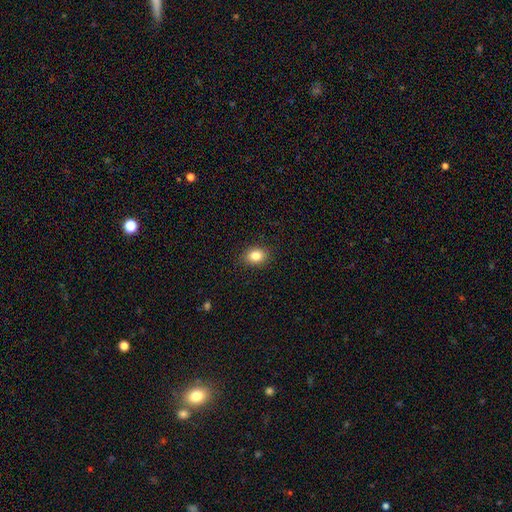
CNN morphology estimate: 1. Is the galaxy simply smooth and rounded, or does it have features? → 84% smooth, 10% star or artifact, 7% featured or disk.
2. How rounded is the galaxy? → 63% in between, 36% round, 1% cigar-shaped.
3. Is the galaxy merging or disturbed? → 88% none, 9% minor disturbance, 2% major disturbance, 1% merger.